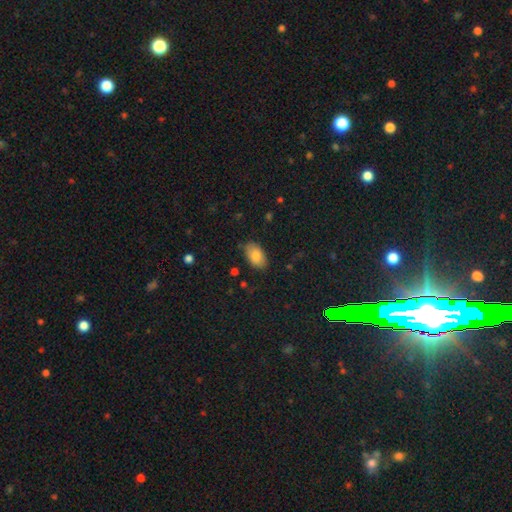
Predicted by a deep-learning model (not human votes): smooth-or-featured: smooth: 82% | featured or disk: 10% | star or artifact: 8%
  how-rounded: in between: 92% | round: 6% | cigar-shaped: 1%
  merging: none: 82% | minor disturbance: 14% | major disturbance: 3% | merger: 1%